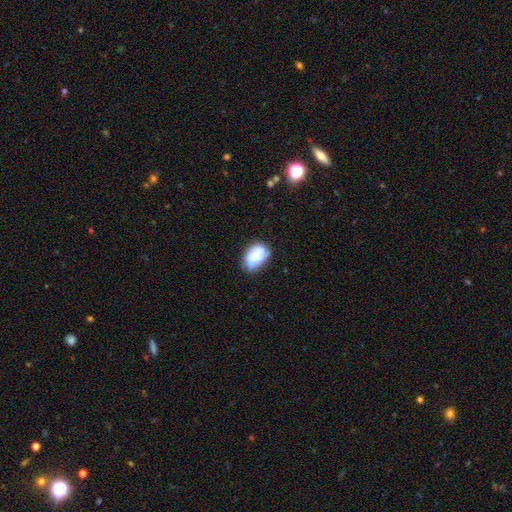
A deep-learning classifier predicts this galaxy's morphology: Smooth or featured?
  - smooth: 50% *
  - featured or disk: 41%
  - star or artifact: 8%
How rounded?
  - in between: 82% *
  - round: 17%
  - cigar-shaped: 1%
Merging?
  - none: 55% *
  - minor disturbance: 30%
  - major disturbance: 11%
  - merger: 4%